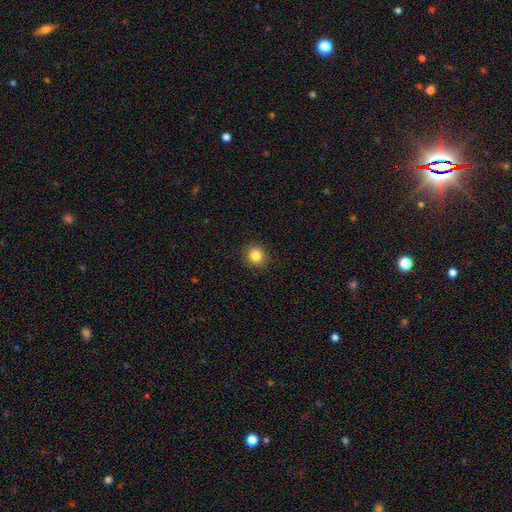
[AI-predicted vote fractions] Smooth or featured? smooth (85%)
How rounded? round (88%)
Merging? none (91%)